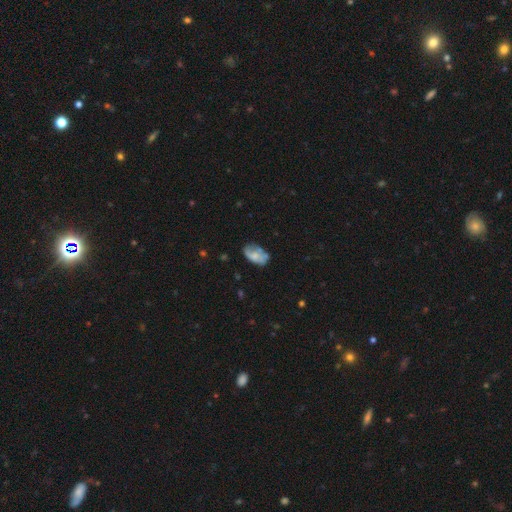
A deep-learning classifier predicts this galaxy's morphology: Smooth or featured? smooth (59%)
How rounded? in between (91%)
Merging? none (49%)